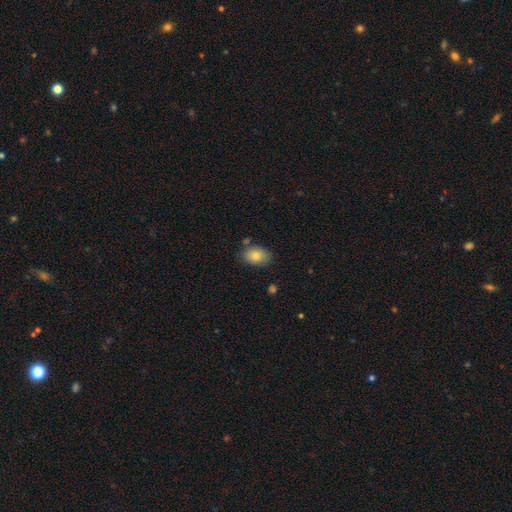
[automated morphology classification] This is clearly a smooth galaxy (81%). How rounded: likely in between (77%). Merging: likely none (79%).